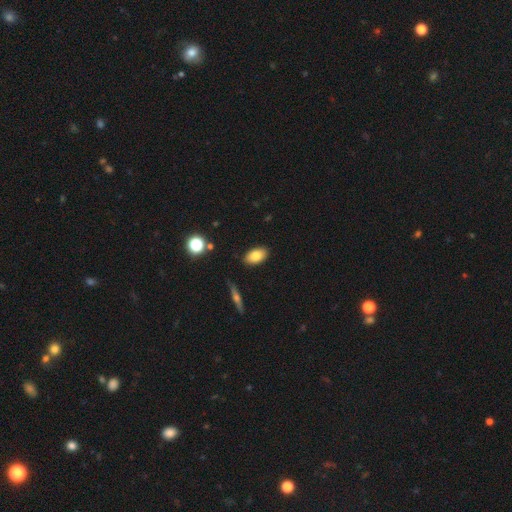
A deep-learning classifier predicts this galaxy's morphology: Smooth or featured? smooth (81%)
How rounded? in between (91%)
Merging? none (88%)